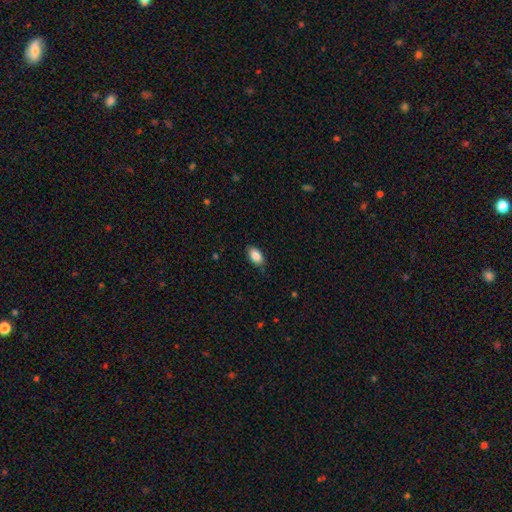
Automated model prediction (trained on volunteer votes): Smooth or featured? Predicted: smooth (p=0.87). How rounded? Predicted: in between (p=0.92). Merging? Predicted: none (p=0.83).